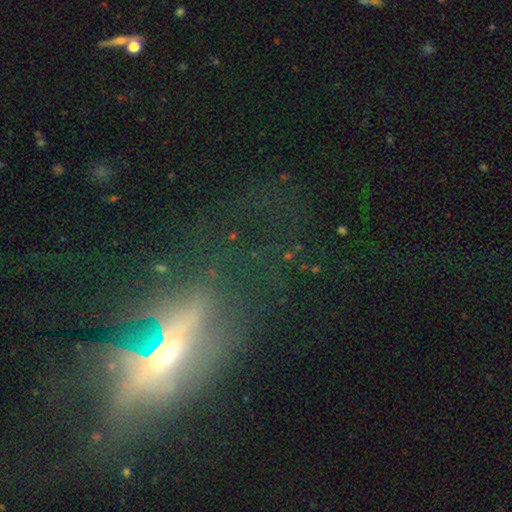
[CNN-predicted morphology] featured or disk 52%, star or artifact 26%, smooth 23%. Down the decision tree: edge-on disk — no (54%); merging — major disturbance (40%).